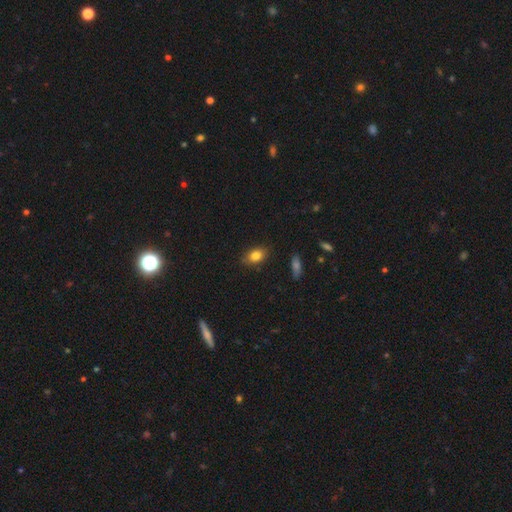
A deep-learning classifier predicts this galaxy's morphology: Q: Smooth or featured?
A: smooth (83%); runner-up: star or artifact (9%)
Q: How rounded?
A: in between (81%); runner-up: round (17%)
Q: Merging?
A: none (83%); runner-up: minor disturbance (13%)